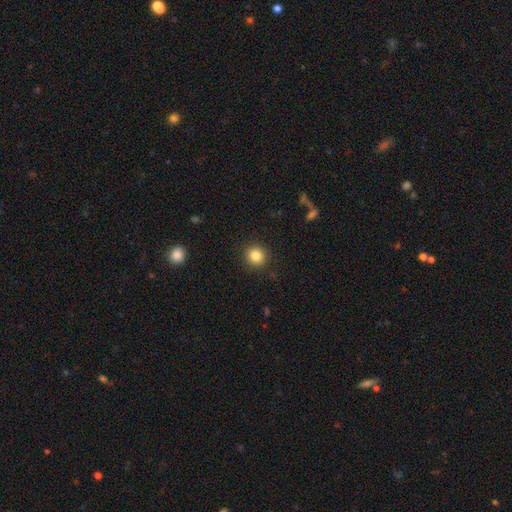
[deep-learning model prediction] smooth-or-featured: smooth: 84% | star or artifact: 10% | featured or disk: 6%
  how-rounded: round: 91% | in between: 8% | cigar-shaped: 1%
  merging: none: 91% | minor disturbance: 6% | major disturbance: 2% | merger: 1%